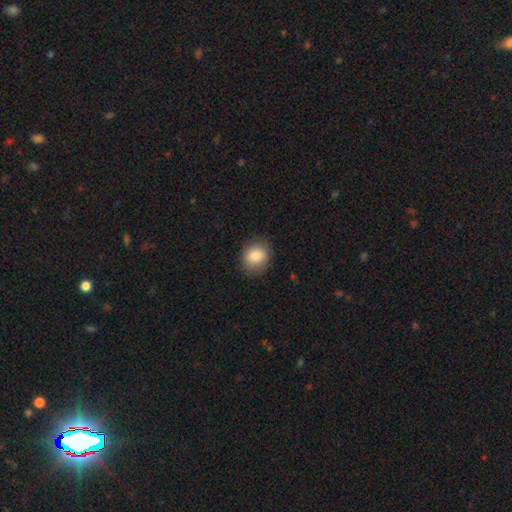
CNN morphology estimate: Q: Smooth or featured?
A: smooth (85%); runner-up: star or artifact (8%)
Q: How rounded?
A: round (70%); runner-up: in between (29%)
Q: Merging?
A: none (84%); runner-up: minor disturbance (12%)